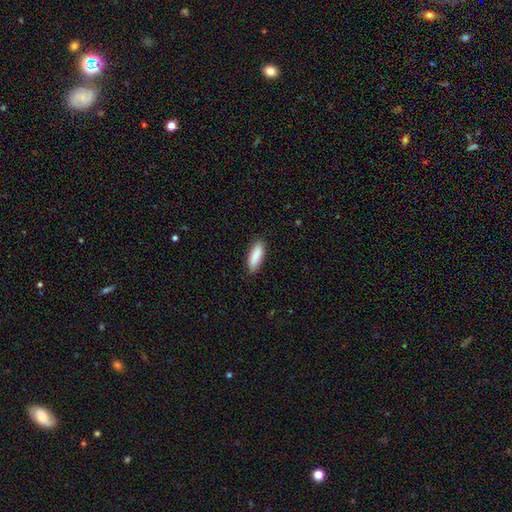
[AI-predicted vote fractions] Smooth or featured? smooth (83%)
How rounded? in between (62%)
Merging? none (88%)